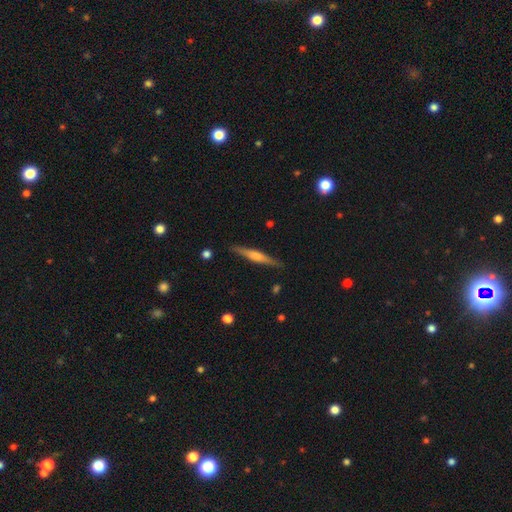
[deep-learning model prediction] This is likely a featured or disk galaxy (64%). It is clearly viewed edge-on (98%). Edge-on bulge: likely rounded (69%). Merging: clearly none (90%).